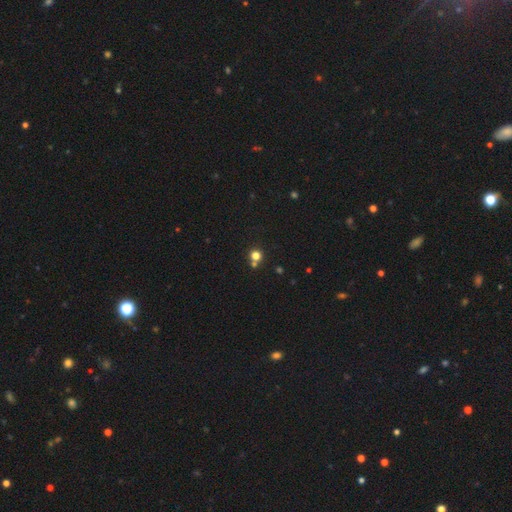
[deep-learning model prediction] A smooth galaxy with no disk features (73%) that is round (91%).

Vote fractions:
- Smooth or featured? smooth: 73% / star or artifact: 20% / featured or disk: 7%
- How rounded? round: 91% / in between: 8% / cigar-shaped: 1%
- Merging? none: 68% / merger: 22% / minor disturbance: 7% / major disturbance: 3%